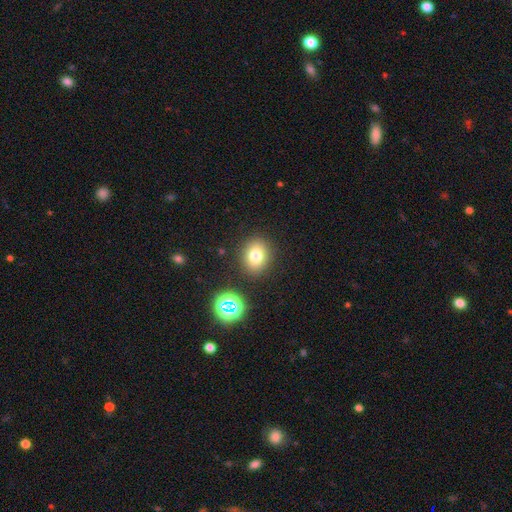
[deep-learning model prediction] Morphology: type=smooth (75%); roundness=round (59%); merging=none (86%).